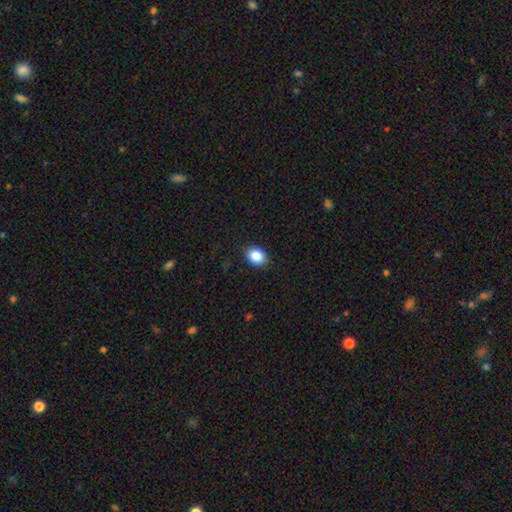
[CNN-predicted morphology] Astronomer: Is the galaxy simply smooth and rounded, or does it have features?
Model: smooth — 87%.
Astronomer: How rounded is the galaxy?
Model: in between — 56% (runner-up: round, 43%).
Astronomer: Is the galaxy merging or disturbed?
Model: none — 88%.